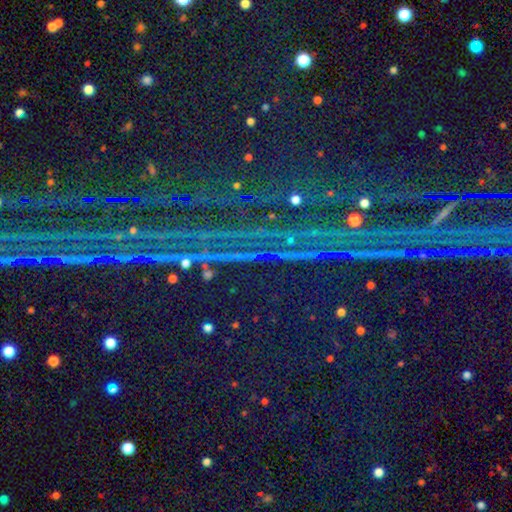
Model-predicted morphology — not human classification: star or artifact 87%, featured or disk 7%, smooth 6%.